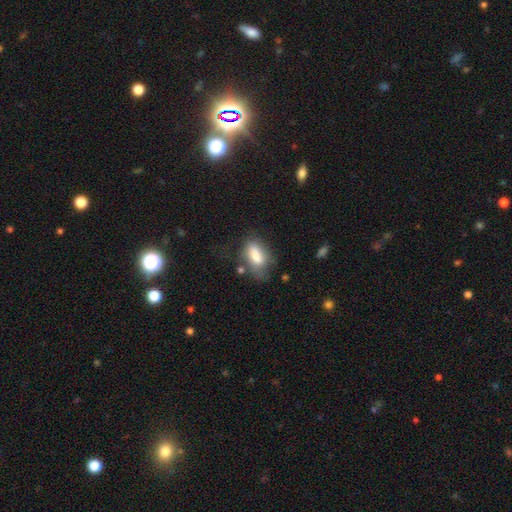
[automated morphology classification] A smooth galaxy with no disk features (78%) that is in between round and cigar-shaped (88%). Merging: none (47%).